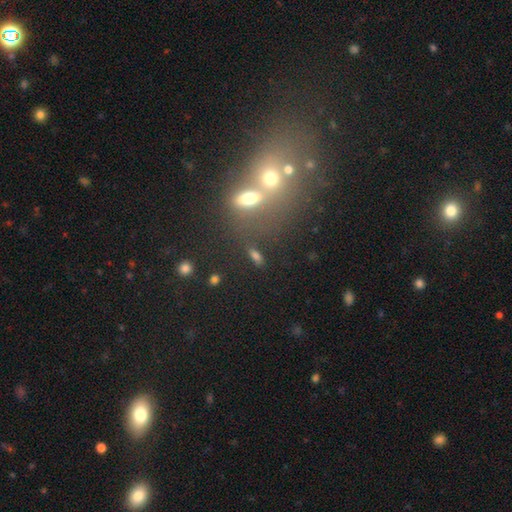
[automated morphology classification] smooth-or-featured: smooth: 69% | star or artifact: 17% | featured or disk: 14%
  how-rounded: in between: 60% | cigar-shaped: 27% | round: 12%
  merging: none: 68% | merger: 13% | minor disturbance: 12% | major disturbance: 6%